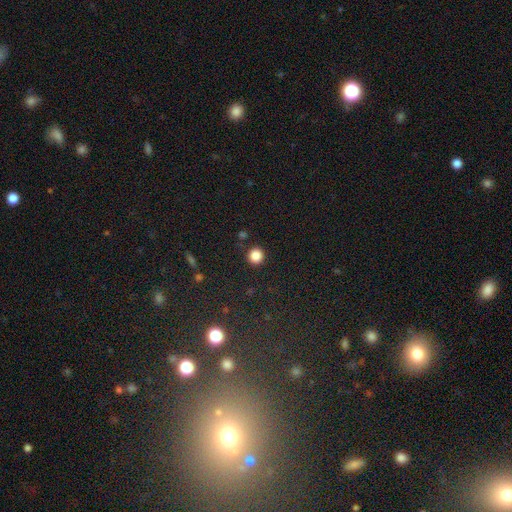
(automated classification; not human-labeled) A smooth galaxy with no disk features (85%) that is round (94%).

Vote fractions:
- Smooth or featured? smooth: 85% / star or artifact: 11% / featured or disk: 4%
- How rounded? round: 94% / in between: 5% / cigar-shaped: 1%
- Merging? none: 91% / minor disturbance: 5% / major disturbance: 2% / merger: 2%